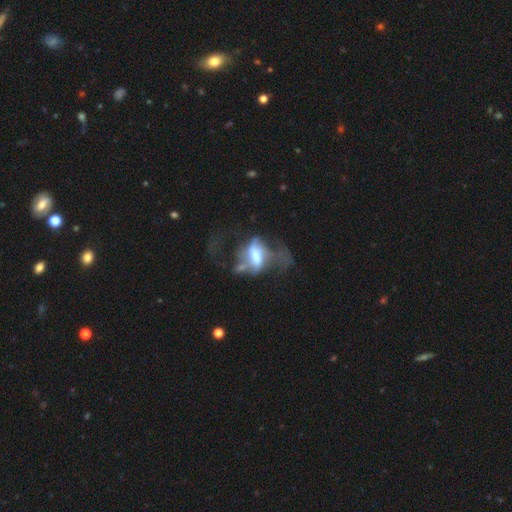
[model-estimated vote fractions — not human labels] featured or disk 63%, smooth 27%, star or artifact 10%. Down the decision tree: edge-on disk — no (89%); bar — no (36%); spiral arms — no (53%); bulge size — moderate (37%); merging — major disturbance (49%).